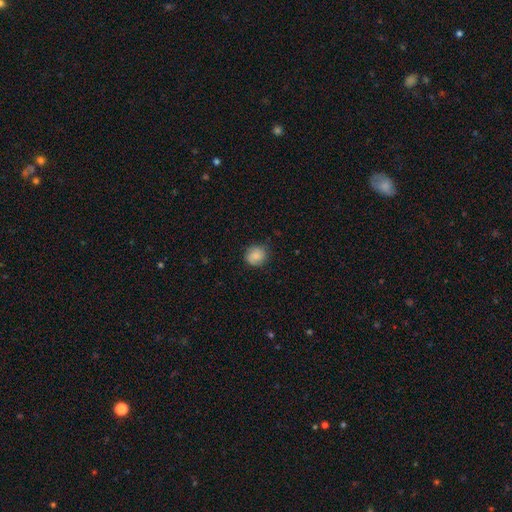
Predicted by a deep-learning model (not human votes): Q: Smooth or featured?
A: smooth (82%); runner-up: featured or disk (10%)
Q: How rounded?
A: round (81%); runner-up: in between (18%)
Q: Merging?
A: none (77%); runner-up: minor disturbance (18%)